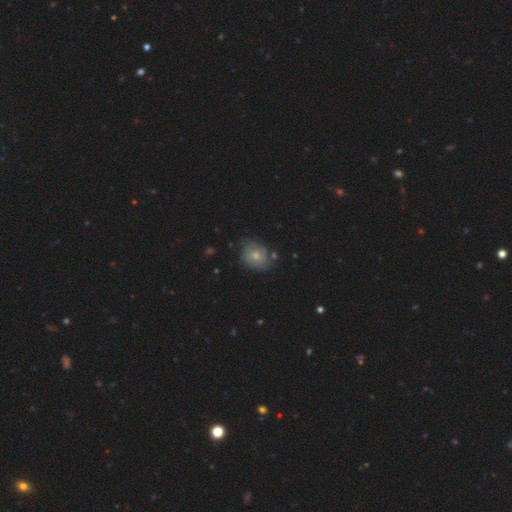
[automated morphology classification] Smooth or featured? smooth (55%)
How rounded? round (60%)
Merging? none (65%)